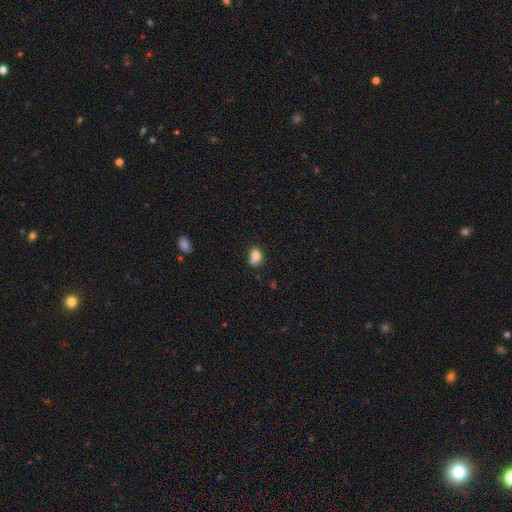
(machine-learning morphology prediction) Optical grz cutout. It shows a smooth galaxy with no disk features (76%) that is round (50%). Merging: none (43%).